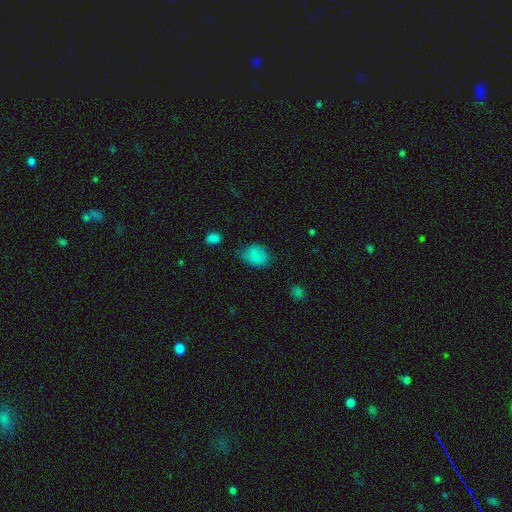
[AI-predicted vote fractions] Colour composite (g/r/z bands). It shows a smooth galaxy with no disk features (83%) that is in between round and cigar-shaped (72%). Merging: none (59%).